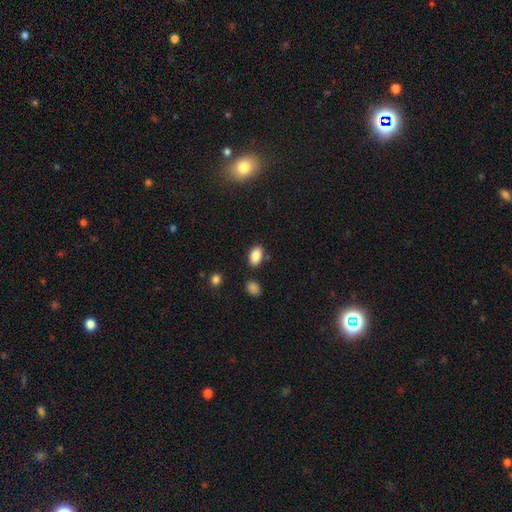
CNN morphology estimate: smooth-or-featured: smooth: 87% | star or artifact: 9% | featured or disk: 5%
  how-rounded: in between: 88% | round: 10% | cigar-shaped: 2%
  merging: none: 81% | minor disturbance: 12% | merger: 5% | major disturbance: 3%